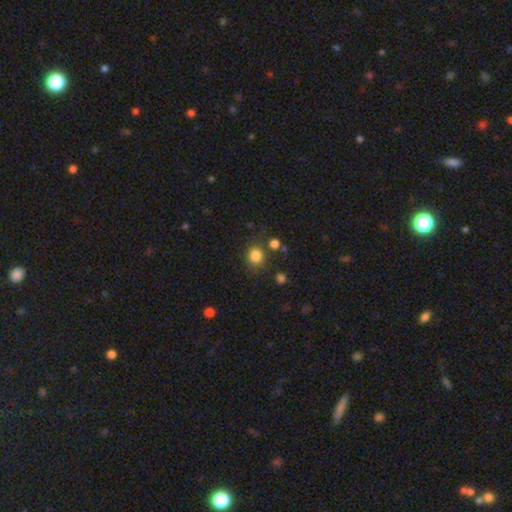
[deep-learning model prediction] A smooth galaxy with no disk features (83%) that is round (83%).

Vote fractions:
- Smooth or featured? smooth: 83% / star or artifact: 12% / featured or disk: 4%
- How rounded? round: 83% / in between: 16% / cigar-shaped: 1%
- Merging? none: 79% / minor disturbance: 11% / merger: 6% / major disturbance: 4%